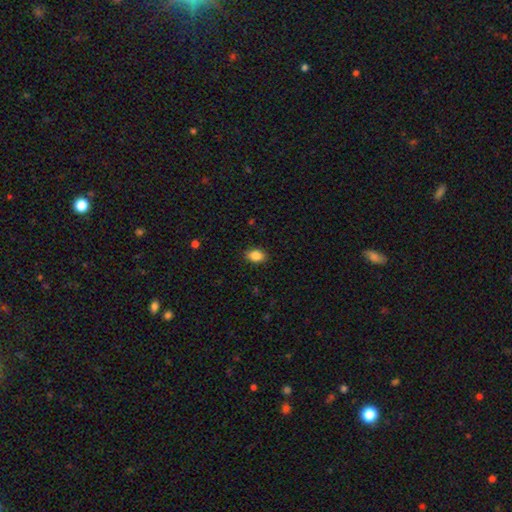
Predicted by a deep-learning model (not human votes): Q: Smooth or featured?
A: smooth (88%); runner-up: star or artifact (8%)
Q: How rounded?
A: in between (82%); runner-up: round (17%)
Q: Merging?
A: none (88%); runner-up: minor disturbance (9%)